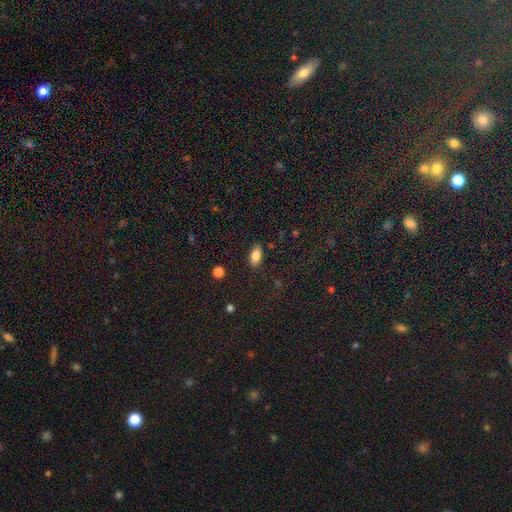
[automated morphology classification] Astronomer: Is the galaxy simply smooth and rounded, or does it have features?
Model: smooth — 84%.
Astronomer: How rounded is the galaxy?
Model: in between — 90%.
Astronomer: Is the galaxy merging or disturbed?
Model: none — 85%.